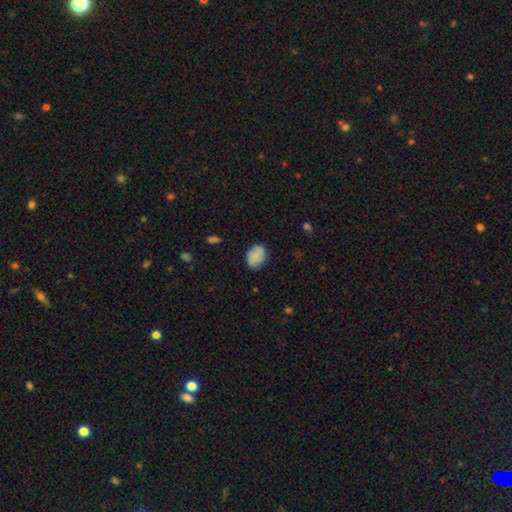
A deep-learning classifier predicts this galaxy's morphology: smooth_or_featured: smooth (p=0.72) [alt: featured or disk p=0.20]
how_rounded: in between (p=0.66) [alt: round p=0.33]
merging: none (p=0.74) [alt: minor disturbance p=0.20]